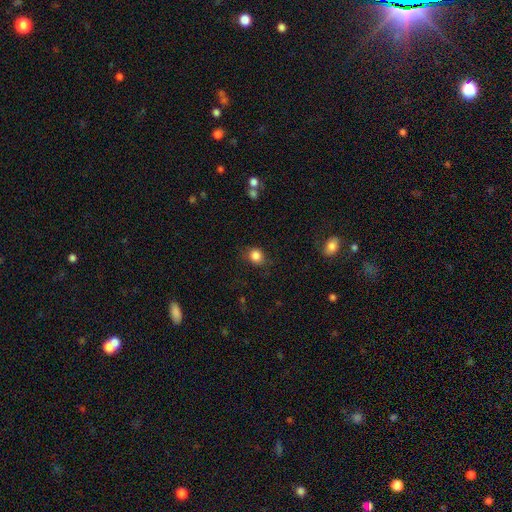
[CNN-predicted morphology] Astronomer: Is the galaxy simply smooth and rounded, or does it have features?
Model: smooth — 85%.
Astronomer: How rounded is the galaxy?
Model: round — 66%.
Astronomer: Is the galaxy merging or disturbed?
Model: none — 76%.